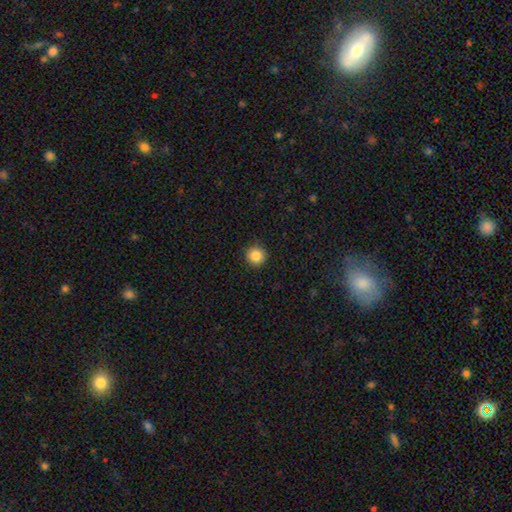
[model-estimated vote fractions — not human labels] A smooth galaxy with no disk features (85%) that is round (95%). Merging: none (91%).